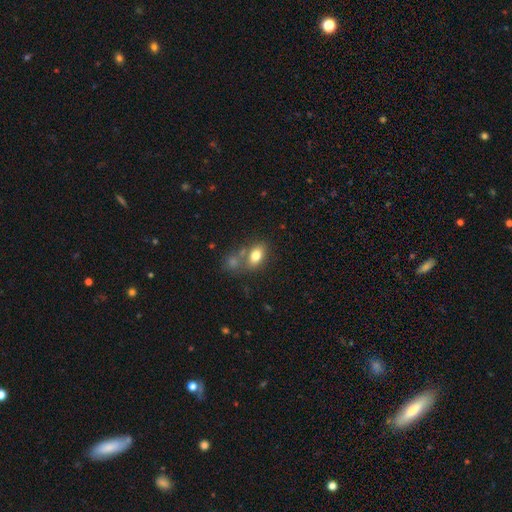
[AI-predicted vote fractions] smooth_or_featured: smooth (p=0.78) [alt: featured or disk p=0.13]
how_rounded: in between (p=0.85) [alt: round p=0.12]
merging: none (p=0.53) [alt: merger p=0.27]